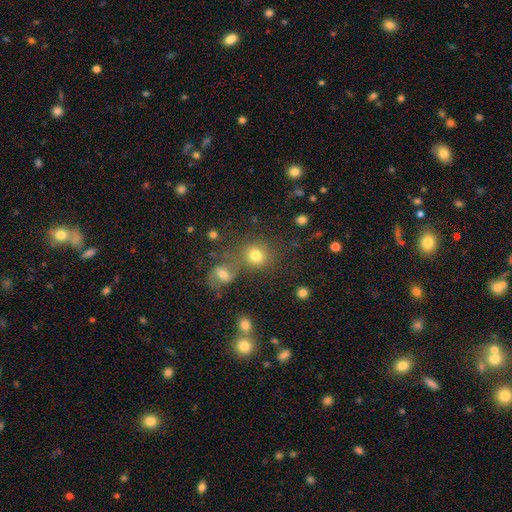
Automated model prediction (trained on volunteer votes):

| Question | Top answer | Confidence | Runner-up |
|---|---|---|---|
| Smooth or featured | smooth | 78% | star or artifact (13%) |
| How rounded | round | 80% | in between (19%) |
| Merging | none | 62% | merger (23%) |